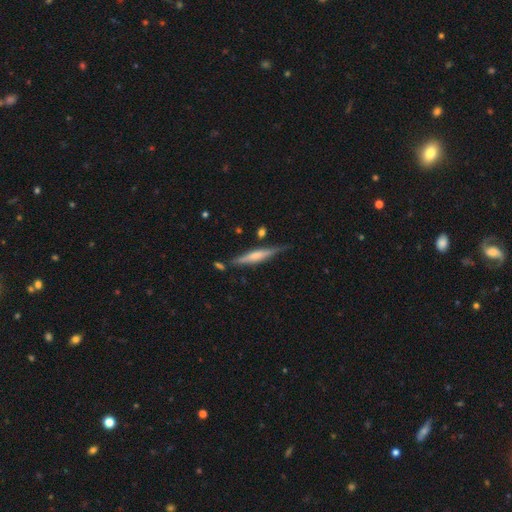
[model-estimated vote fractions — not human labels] Q: Smooth or featured?
A: featured or disk (55%); runner-up: smooth (39%)
Q: Edge-on disk?
A: yes (95%); runner-up: no (5%)
Q: Edge-on bulge?
A: rounded (53%); runner-up: boxy (24%)
Q: Merging?
A: none (76%); runner-up: minor disturbance (16%)